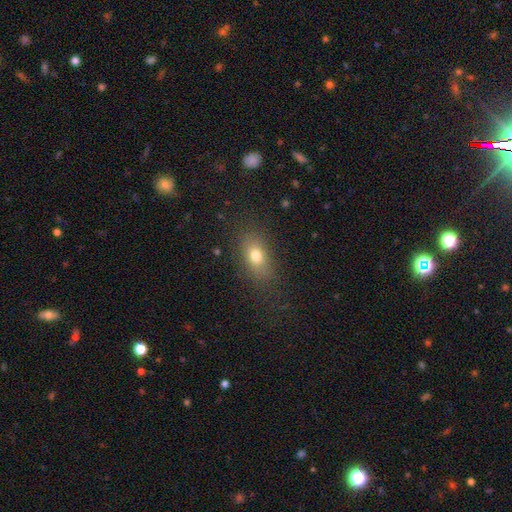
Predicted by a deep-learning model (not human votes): The model was most divided on "how rounded": in between: 76%, round: 18%, cigar-shaped: 6%. More confident: merging — none (82%); smooth or featured — smooth (74%).